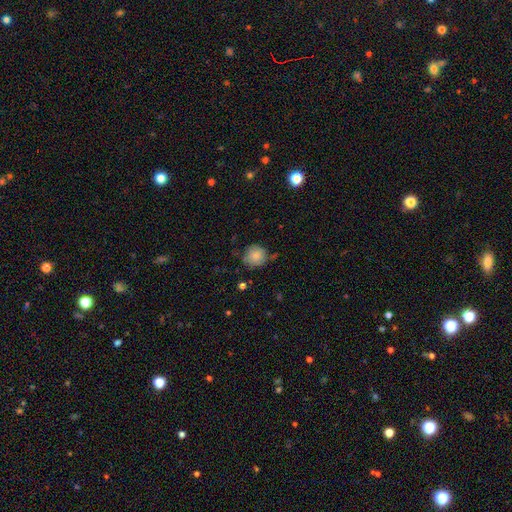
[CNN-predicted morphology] A smooth galaxy with no disk features (82%) that is round (87%). Merging: none (68%).